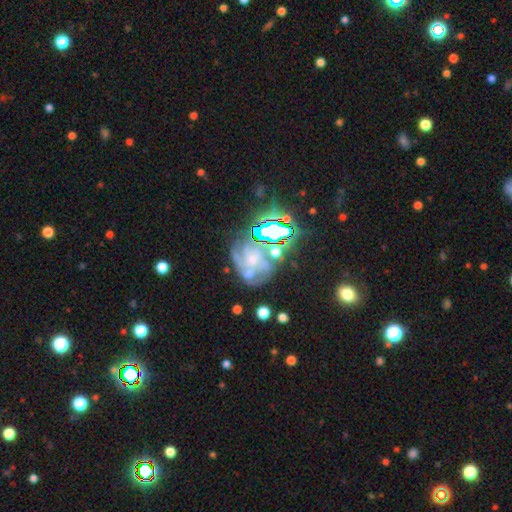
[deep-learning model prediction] This appears to be a featured or disk galaxy (54%) with no bar (67%), spiral arms (85%) and a small central bulge (66%). Merging: none (56%).